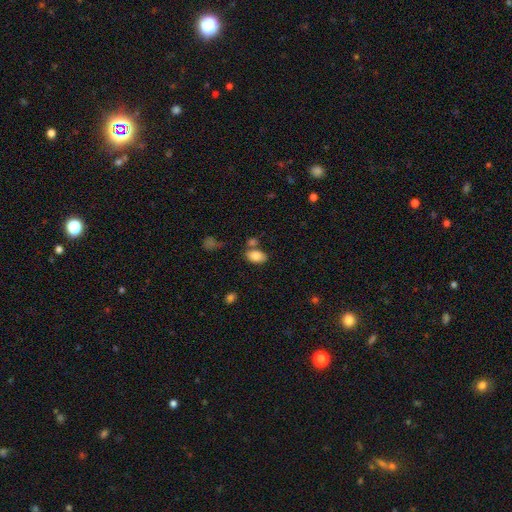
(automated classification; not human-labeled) smooth-or-featured: smooth: 85% | star or artifact: 8% | featured or disk: 7%
  how-rounded: in between: 90% | round: 8% | cigar-shaped: 2%
  merging: none: 66% | merger: 16% | minor disturbance: 14% | major disturbance: 4%